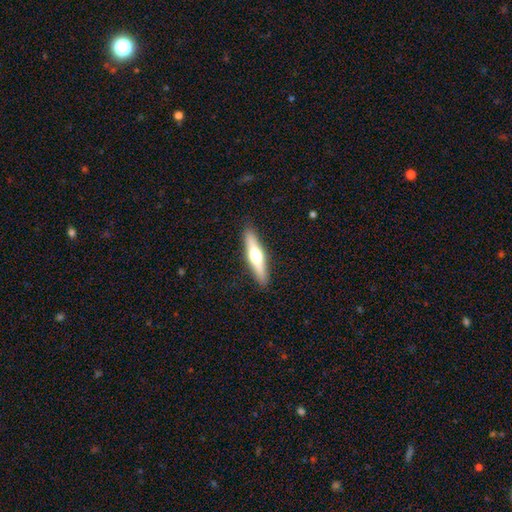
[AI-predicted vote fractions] smooth_or_featured: featured or disk (p=0.54) [alt: smooth p=0.41]
disk_edge_on: yes (p=0.95) [alt: no p=0.05]
edge_on_bulge: rounded (p=0.92) [alt: boxy p=0.04]
merging: none (p=0.90) [alt: minor disturbance p=0.07]